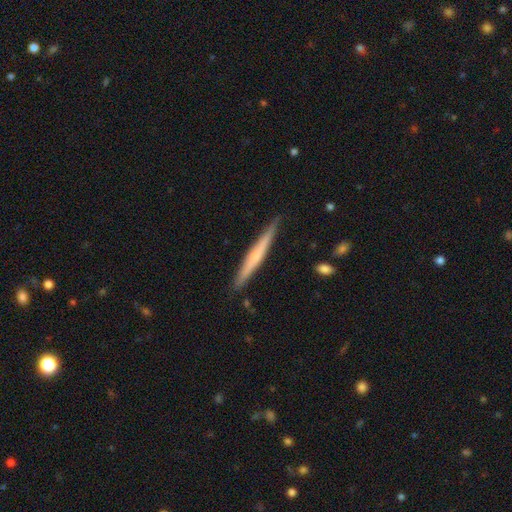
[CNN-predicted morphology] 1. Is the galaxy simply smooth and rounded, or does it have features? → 57% featured or disk, 38% smooth, 6% star or artifact.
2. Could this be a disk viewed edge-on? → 97% yes, 3% no.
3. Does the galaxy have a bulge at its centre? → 51% rounded, 43% none, 6% boxy.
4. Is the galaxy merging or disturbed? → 89% none, 8% minor disturbance, 1% major disturbance, 1% merger.